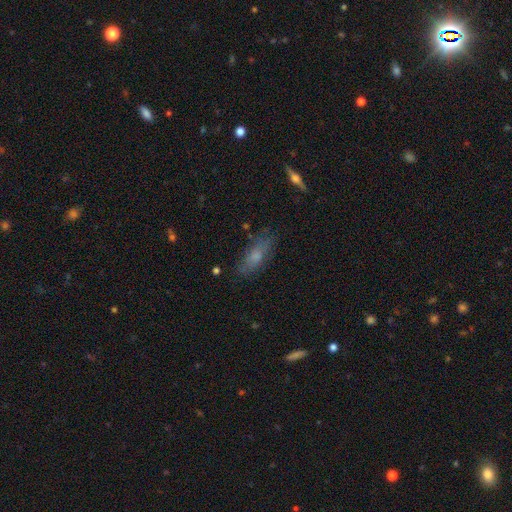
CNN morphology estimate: The model was most divided on "how rounded": in between: 61%, cigar-shaped: 36%, round: 3%. More confident: merging — none (73%); smooth or featured — smooth (61%).